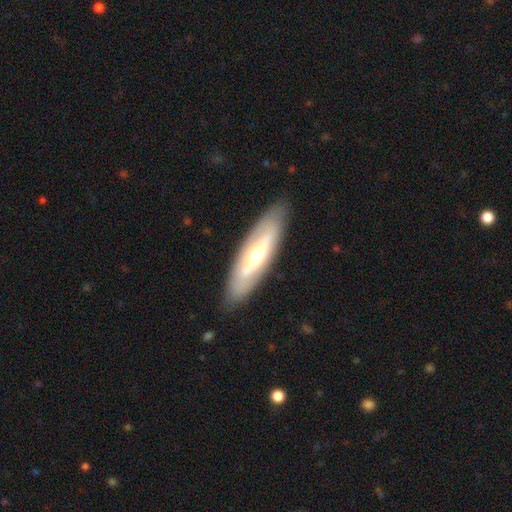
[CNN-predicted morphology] Overall: featured or disk (59%; smooth 35%). Edge-on disk: no (58%; yes 42%). Merging: none (86%).